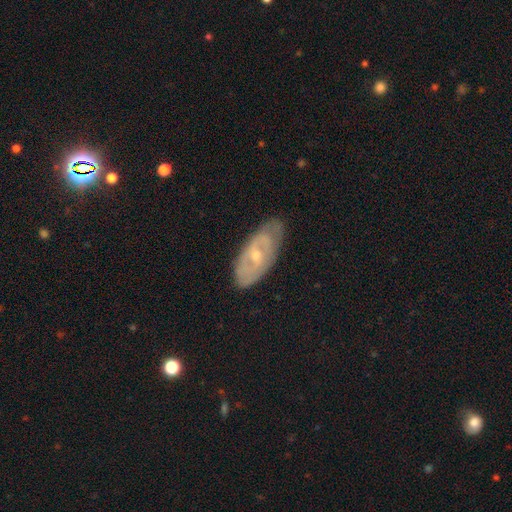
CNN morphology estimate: featured or disk 69%, smooth 23%, star or artifact 7%. Down the decision tree: edge-on disk — no (88%); bar — no (50%); spiral arms — yes (70%); bulge size — small (60%); merging — none (75%).